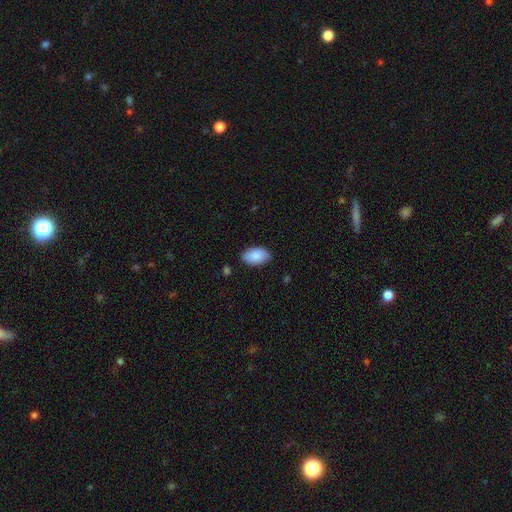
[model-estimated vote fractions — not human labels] smooth-or-featured: smooth: 85% | featured or disk: 8% | star or artifact: 6%
  how-rounded: in between: 94% | round: 5% | cigar-shaped: 1%
  merging: none: 82% | minor disturbance: 14% | major disturbance: 2% | merger: 1%